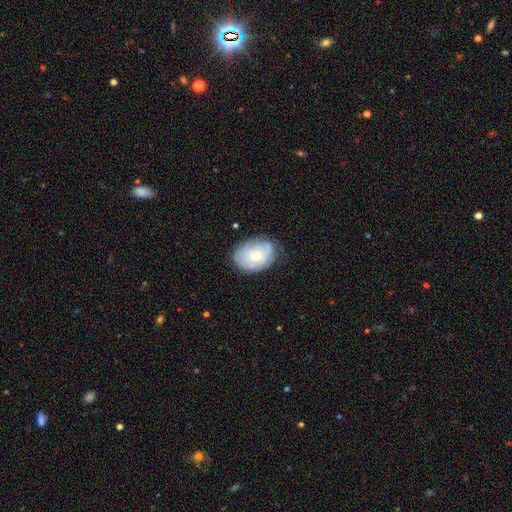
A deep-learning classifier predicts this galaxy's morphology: type=smooth (61%); roundness=in between (76%); merging=none (66%).